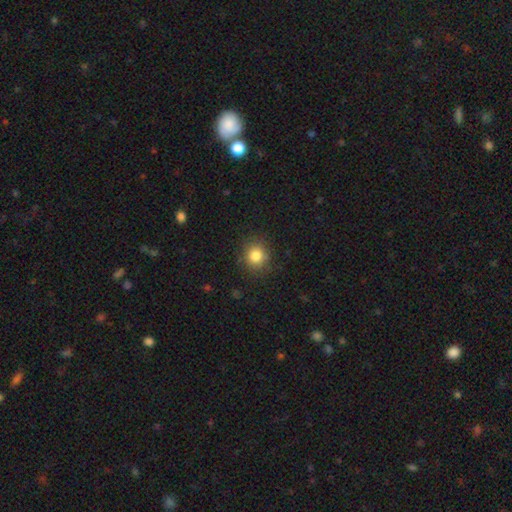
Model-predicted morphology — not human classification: Smooth or featured? Predicted: smooth (p=0.83). How rounded? Predicted: round (p=0.86). Merging? Predicted: none (p=0.86).